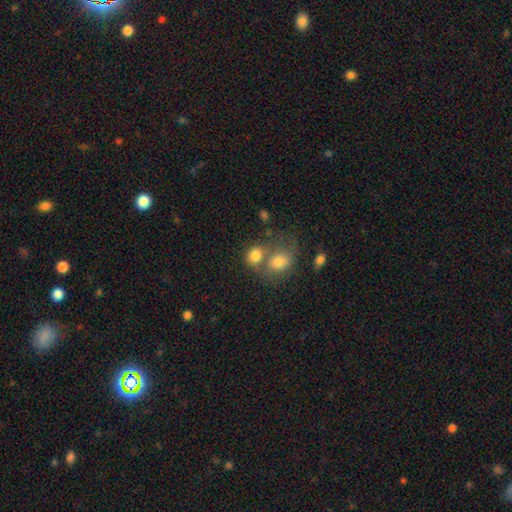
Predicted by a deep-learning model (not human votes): A smooth galaxy with no disk features (79%) that is round (53%).

Vote fractions:
- Smooth or featured? smooth: 79% / featured or disk: 11% / star or artifact: 10%
- How rounded? round: 53% / in between: 46% / cigar-shaped: 1%
- Merging? merger: 50% / none: 35% / minor disturbance: 10% / major disturbance: 6%